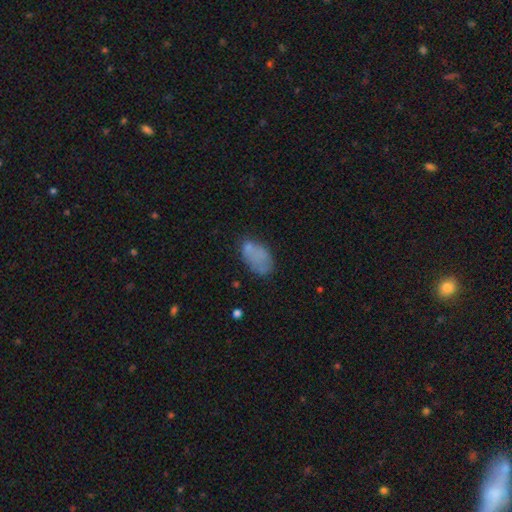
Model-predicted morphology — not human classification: Smooth or featured?
  - smooth: 64% *
  - featured or disk: 20%
  - star or artifact: 16%
How rounded?
  - in between: 87% *
  - round: 9%
  - cigar-shaped: 3%
Merging?
  - none: 58% *
  - minor disturbance: 22%
  - major disturbance: 11%
  - merger: 9%